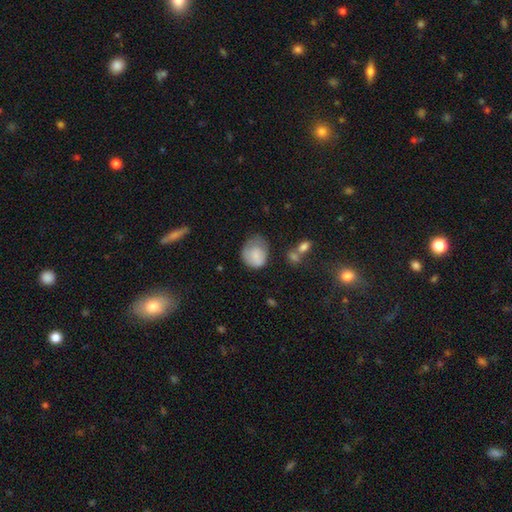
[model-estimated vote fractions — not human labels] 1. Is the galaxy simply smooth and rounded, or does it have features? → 77% smooth, 15% featured or disk, 8% star or artifact.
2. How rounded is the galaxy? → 61% round, 38% in between, 1% cigar-shaped.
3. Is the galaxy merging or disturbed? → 45% none, 35% minor disturbance, 17% major disturbance, 4% merger.